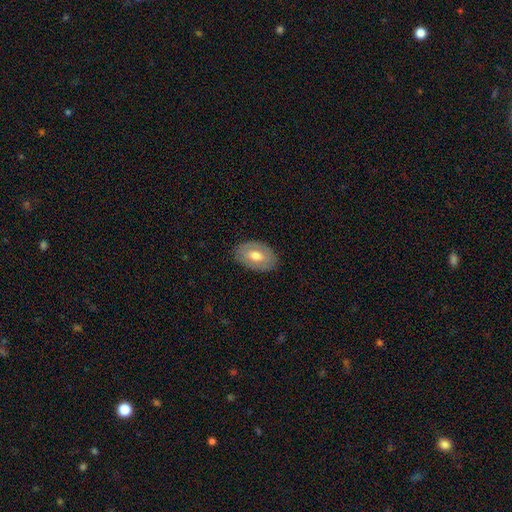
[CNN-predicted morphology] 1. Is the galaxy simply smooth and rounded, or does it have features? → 58% smooth, 36% featured or disk, 6% star or artifact.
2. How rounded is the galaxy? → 87% in between, 12% round, 1% cigar-shaped.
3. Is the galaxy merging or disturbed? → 84% none, 12% minor disturbance, 3% major disturbance, 1% merger.